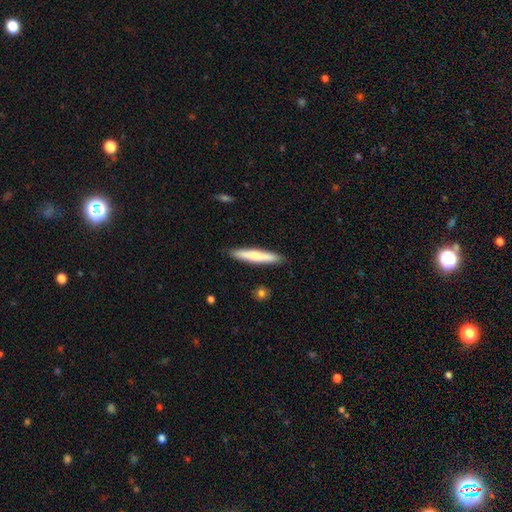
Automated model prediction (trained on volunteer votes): smooth 67%, featured or disk 27%, star or artifact 5%. Down the decision tree: how rounded — cigar-shaped (92%); merging — none (90%).